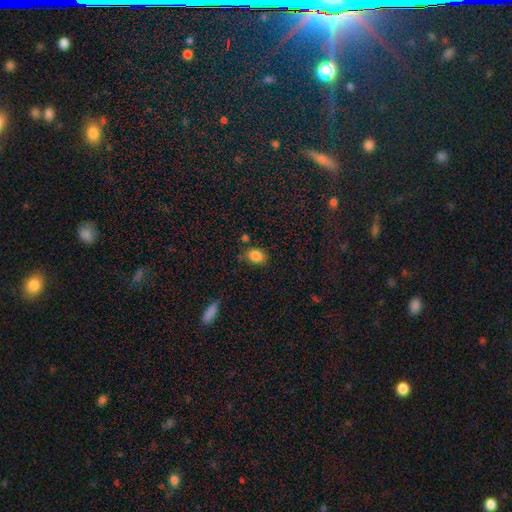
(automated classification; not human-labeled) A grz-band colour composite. It shows a smooth galaxy with no disk features (85%) that is in between round and cigar-shaped (67%). Merging: none (73%).